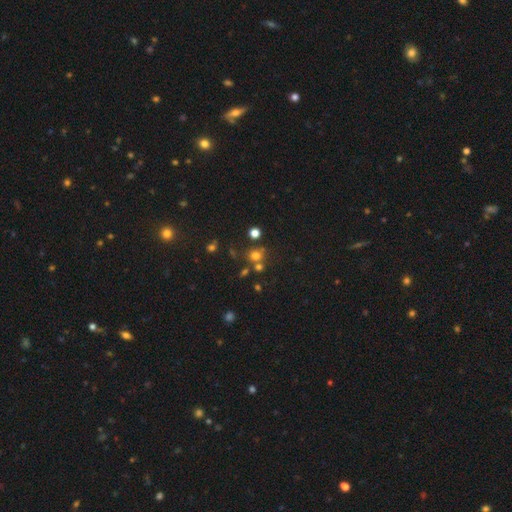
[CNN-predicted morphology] type=smooth (67%); roundness=round (83%); merging=none (63%).